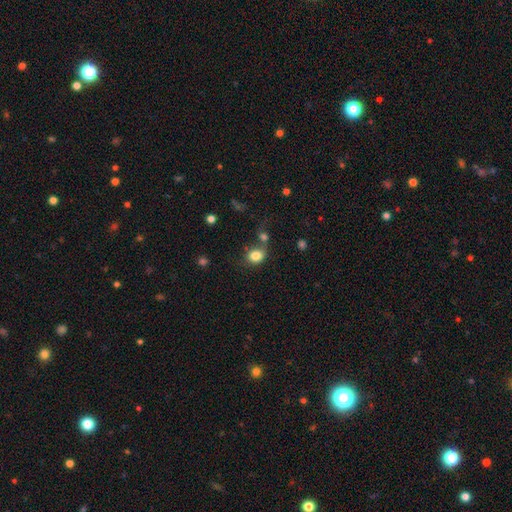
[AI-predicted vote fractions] smooth_or_featured: smooth (p=0.83) [alt: star or artifact p=0.10]
how_rounded: round (p=0.51) [alt: in between p=0.48]
merging: none (p=0.50) [alt: merger p=0.25]